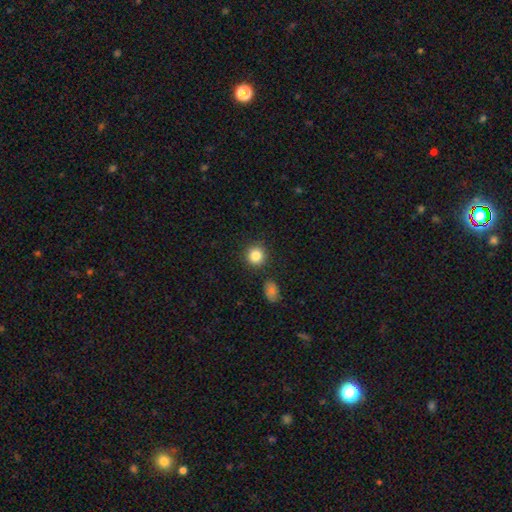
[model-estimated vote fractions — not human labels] Smooth or featured? Predicted: smooth (p=0.84). How rounded? Predicted: round (p=0.90). Merging? Predicted: none (p=0.86).